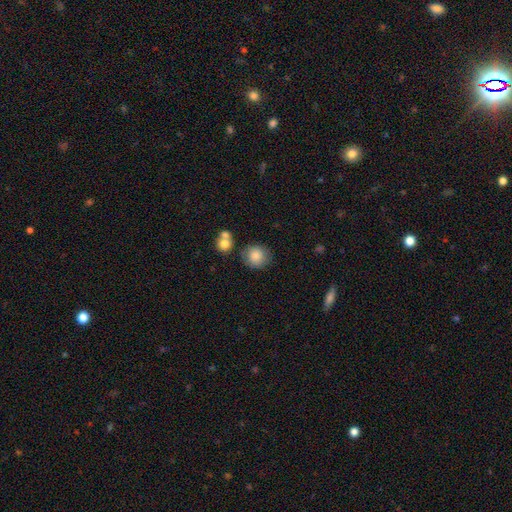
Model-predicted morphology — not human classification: A smooth galaxy with no disk features (83%) that is round (90%). Merging: none (74%).